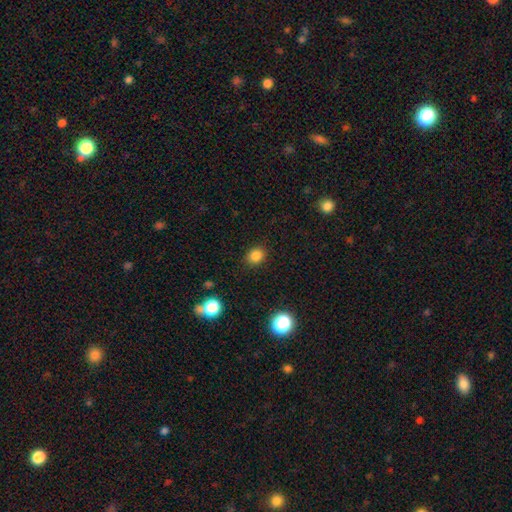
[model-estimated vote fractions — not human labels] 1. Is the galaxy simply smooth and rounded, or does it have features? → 83% smooth, 13% star or artifact, 4% featured or disk.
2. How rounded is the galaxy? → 64% round, 35% in between, 1% cigar-shaped.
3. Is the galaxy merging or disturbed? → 88% none, 8% minor disturbance, 2% major disturbance, 1% merger.